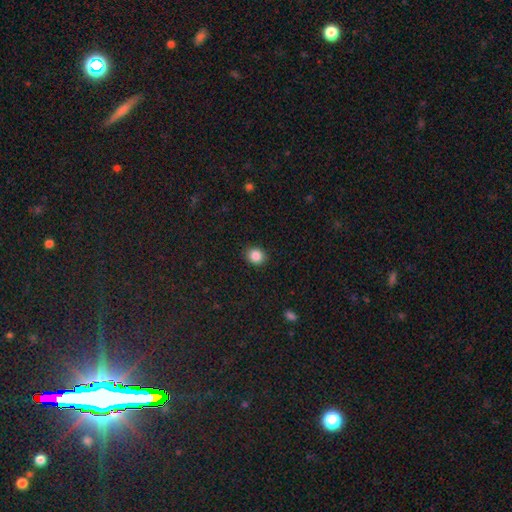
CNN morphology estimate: type=smooth (87%); roundness=round (67%); merging=none (90%).